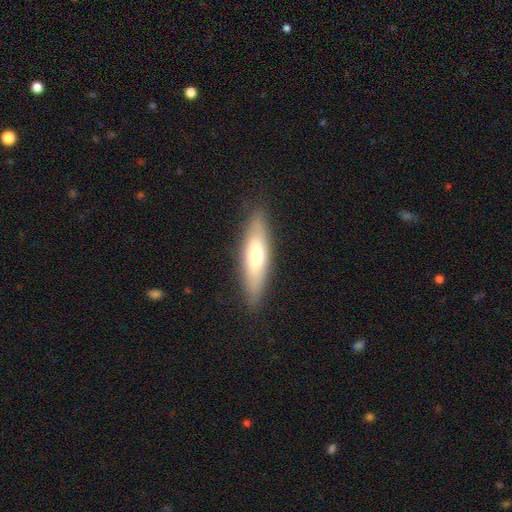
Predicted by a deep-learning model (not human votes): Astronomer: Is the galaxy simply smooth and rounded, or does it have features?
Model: smooth — 56% (runner-up: featured or disk, 38%).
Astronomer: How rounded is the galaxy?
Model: cigar-shaped — 70%.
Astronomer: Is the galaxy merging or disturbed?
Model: none — 87%.